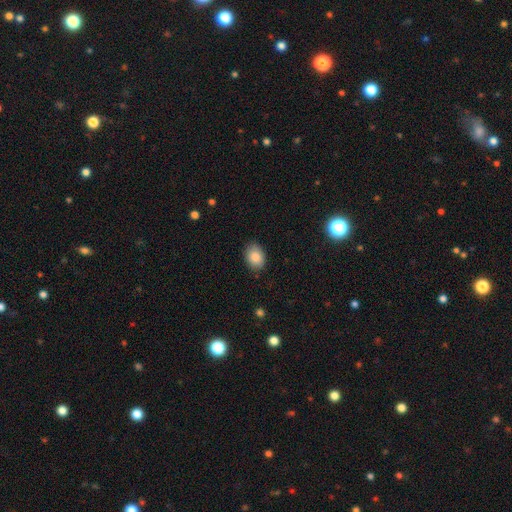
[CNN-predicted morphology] Smooth or featured?
  - smooth: 87% *
  - star or artifact: 8%
  - featured or disk: 5%
How rounded?
  - in between: 75% *
  - round: 24%
  - cigar-shaped: 1%
Merging?
  - none: 82% *
  - minor disturbance: 14%
  - major disturbance: 3%
  - merger: 1%